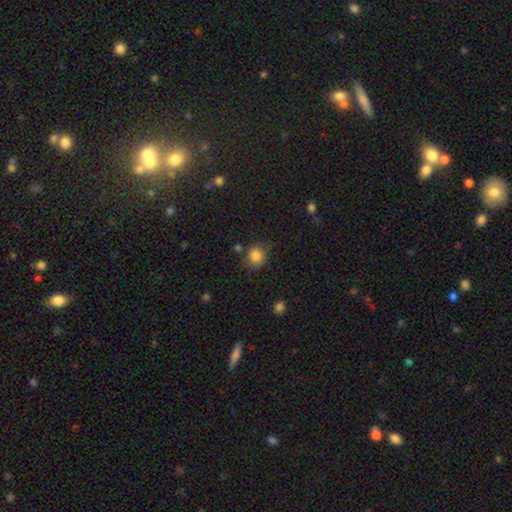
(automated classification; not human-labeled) Smooth or featured?
  - smooth: 84% *
  - star or artifact: 10%
  - featured or disk: 5%
How rounded?
  - round: 76% *
  - in between: 23%
  - cigar-shaped: 1%
Merging?
  - none: 73% *
  - minor disturbance: 17%
  - merger: 5%
  - major disturbance: 4%